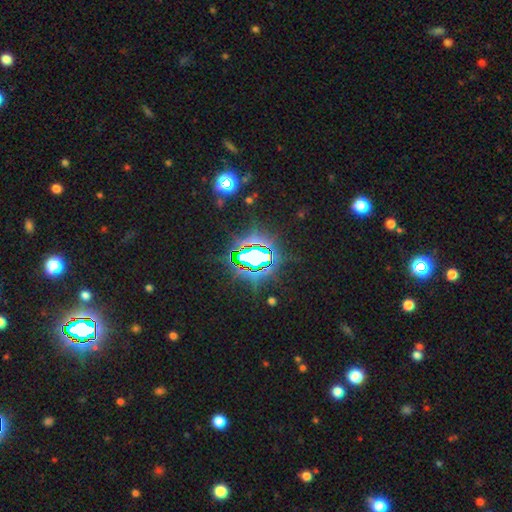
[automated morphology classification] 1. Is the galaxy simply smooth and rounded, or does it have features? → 77% star or artifact, 12% smooth, 11% featured or disk.